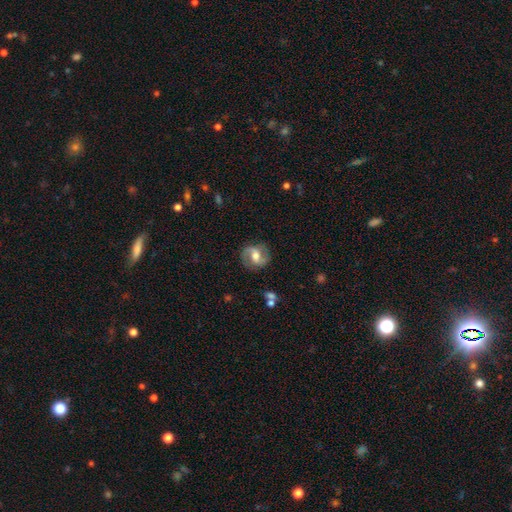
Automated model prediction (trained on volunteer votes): A featured or disk galaxy (74%) with a weak bar (48%), 2 (90%) medium (49%) spiral arms (88%) and a moderate central bulge (70%). Merging: none (83%).